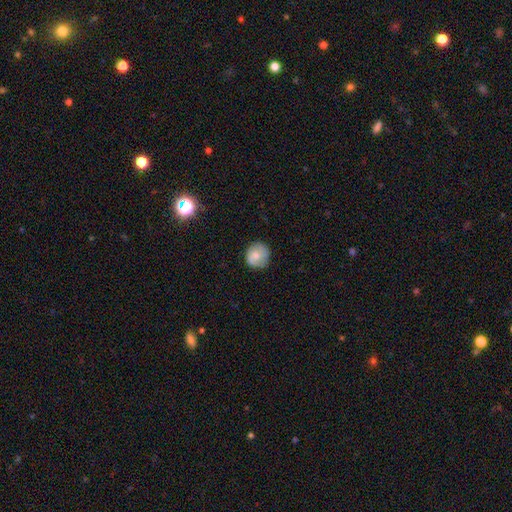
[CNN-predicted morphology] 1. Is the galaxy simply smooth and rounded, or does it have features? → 71% smooth, 21% featured or disk, 8% star or artifact.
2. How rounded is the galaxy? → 87% round, 12% in between, 1% cigar-shaped.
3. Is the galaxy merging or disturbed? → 75% none, 19% minor disturbance, 5% major disturbance, 1% merger.